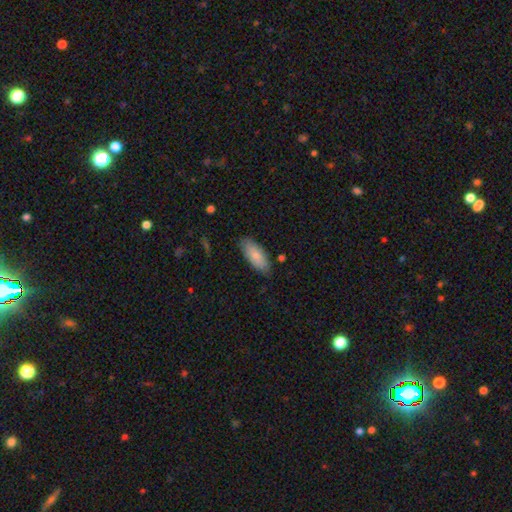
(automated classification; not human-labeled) This appears to be a smooth galaxy with no disk features (82%) that is in between round and cigar-shaped (82%). Merging: none (81%).